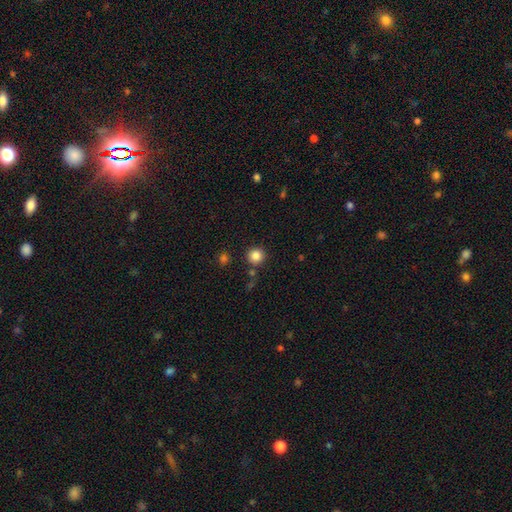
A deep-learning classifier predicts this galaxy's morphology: The model was most divided on "smooth or featured": smooth: 85%, star or artifact: 11%, featured or disk: 4%. More confident: how rounded — round (94%); merging — none (85%).